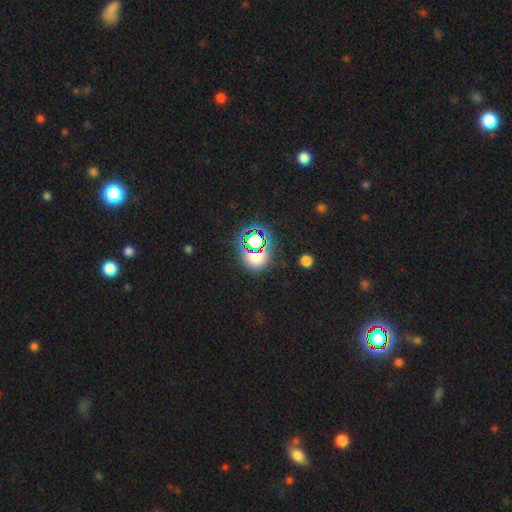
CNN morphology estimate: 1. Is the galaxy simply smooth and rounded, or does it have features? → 54% star or artifact, 37% smooth, 9% featured or disk.